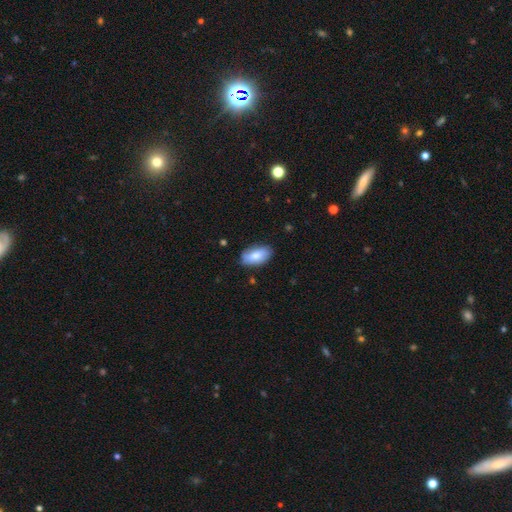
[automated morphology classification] Smooth or featured?
  - smooth: 69% *
  - featured or disk: 24%
  - star or artifact: 7%
How rounded?
  - in between: 93% *
  - round: 4%
  - cigar-shaped: 3%
Merging?
  - none: 77% *
  - minor disturbance: 18%
  - major disturbance: 3%
  - merger: 2%